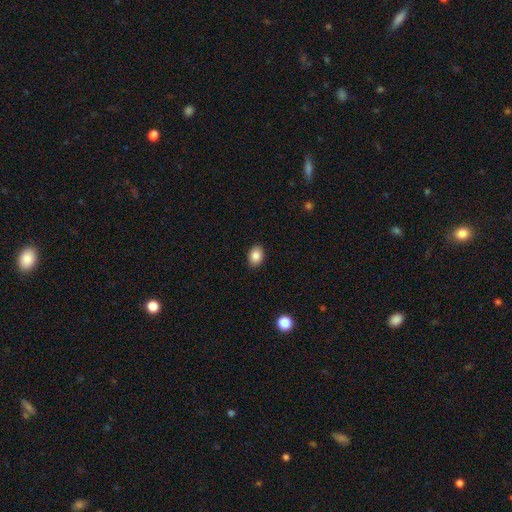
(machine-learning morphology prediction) smooth 86%, star or artifact 8%, featured or disk 6%. Down the decision tree: how rounded — in between (74%); merging — none (90%).